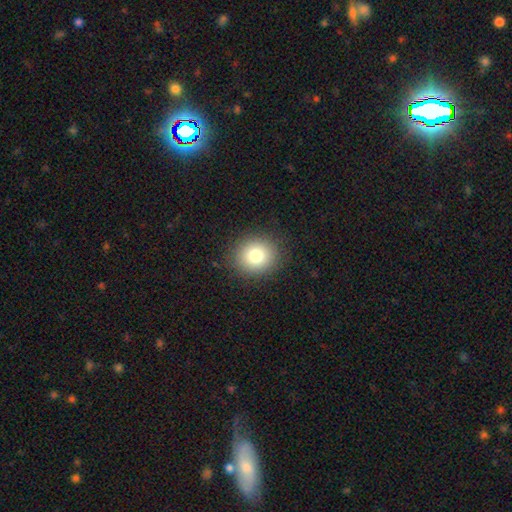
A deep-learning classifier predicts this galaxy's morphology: Q: Smooth or featured?
A: smooth (80%); runner-up: star or artifact (11%)
Q: How rounded?
A: round (85%); runner-up: in between (14%)
Q: Merging?
A: none (89%); runner-up: minor disturbance (7%)